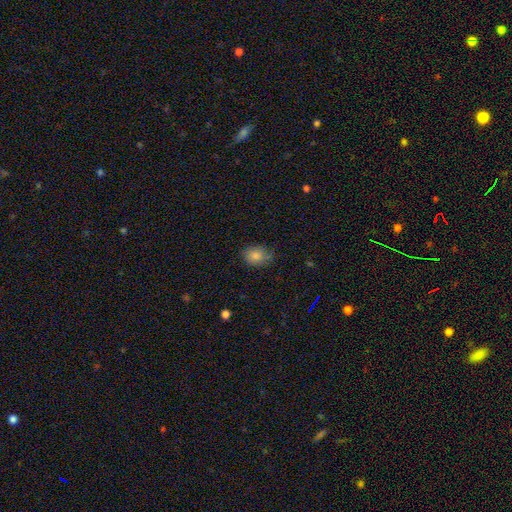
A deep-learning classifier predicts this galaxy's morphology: Q: Smooth or featured?
A: smooth (84%); runner-up: star or artifact (9%)
Q: How rounded?
A: in between (55%); runner-up: round (44%)
Q: Merging?
A: none (70%); runner-up: minor disturbance (23%)